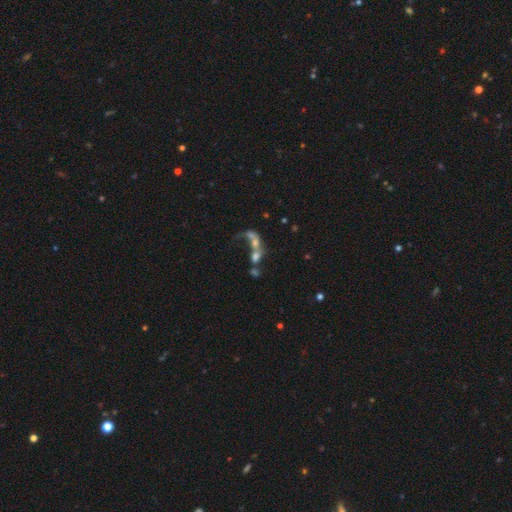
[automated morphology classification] The model was most divided on "smooth or featured": featured or disk: 42%, smooth: 40%, star or artifact: 18%. More confident: merging — merger (65%).